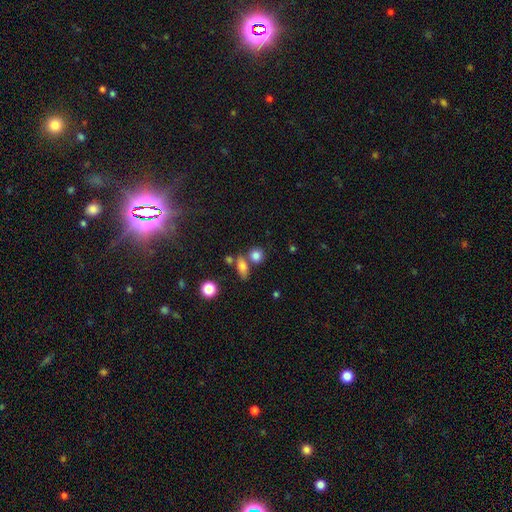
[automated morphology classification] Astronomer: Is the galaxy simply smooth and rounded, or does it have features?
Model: smooth — 81%.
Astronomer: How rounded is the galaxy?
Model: round — 68%.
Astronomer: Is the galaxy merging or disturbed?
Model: none — 60%.